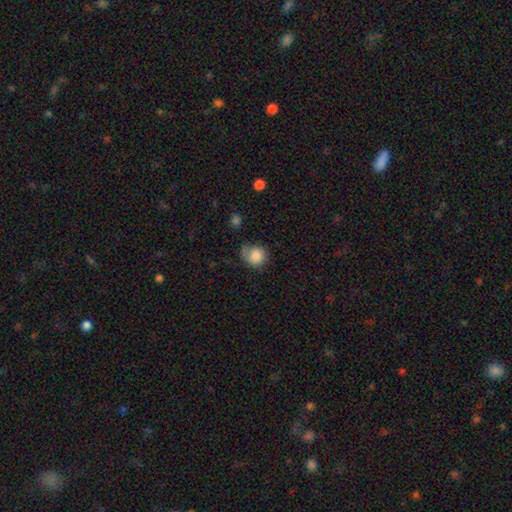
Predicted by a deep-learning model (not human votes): Morphology: type=smooth (84%); roundness=round (82%); merging=none (55%).